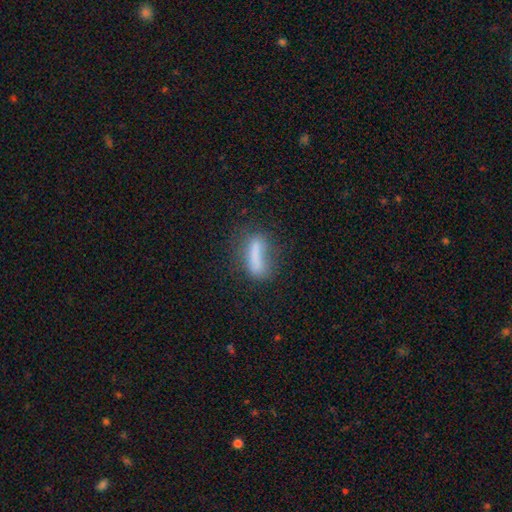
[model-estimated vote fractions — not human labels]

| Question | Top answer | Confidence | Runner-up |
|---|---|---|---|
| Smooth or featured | smooth | 67% | featured or disk (23%) |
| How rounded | cigar-shaped | 58% | in between (38%) |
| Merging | none | 47% | minor disturbance (25%) |